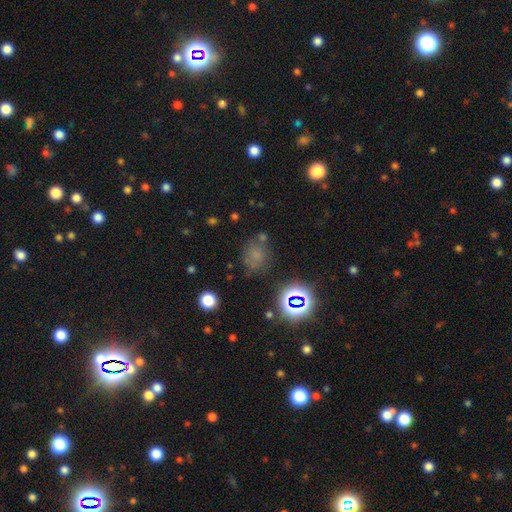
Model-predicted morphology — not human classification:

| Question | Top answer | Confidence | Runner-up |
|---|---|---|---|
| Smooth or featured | smooth | 59% | star or artifact (29%) |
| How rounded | round | 64% | in between (35%) |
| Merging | none | 63% | minor disturbance (20%) |